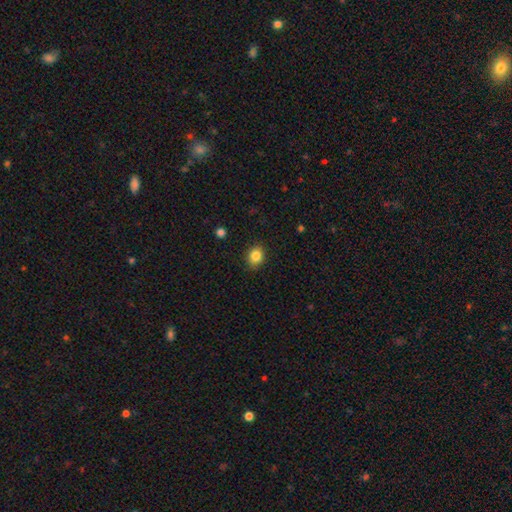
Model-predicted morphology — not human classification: Smooth or featured? Predicted: smooth (p=0.85). How rounded? Predicted: round (p=0.58). Merging? Predicted: none (p=0.88).